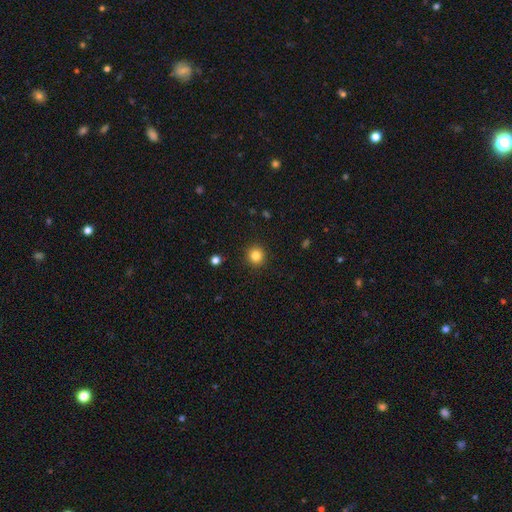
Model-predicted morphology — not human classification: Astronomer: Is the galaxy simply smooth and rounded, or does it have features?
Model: smooth — 83%.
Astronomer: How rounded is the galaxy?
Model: round — 93%.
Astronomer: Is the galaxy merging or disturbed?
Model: none — 92%.